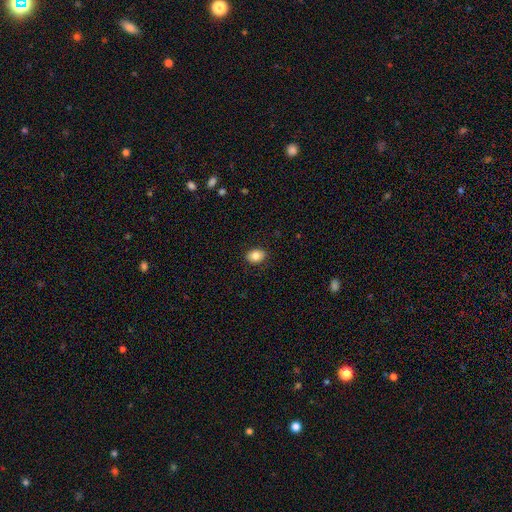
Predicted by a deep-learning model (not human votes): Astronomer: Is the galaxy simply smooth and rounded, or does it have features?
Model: smooth — 83%.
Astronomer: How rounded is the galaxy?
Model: in between — 72%.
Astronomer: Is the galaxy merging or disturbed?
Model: none — 87%.